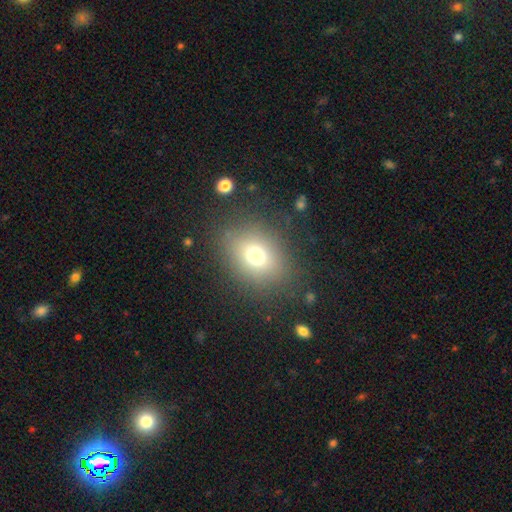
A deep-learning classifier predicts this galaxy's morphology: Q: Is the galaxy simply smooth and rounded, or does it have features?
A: smooth — 71%.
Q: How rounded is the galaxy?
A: round — 52%.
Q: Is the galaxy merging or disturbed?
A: none — 82%.